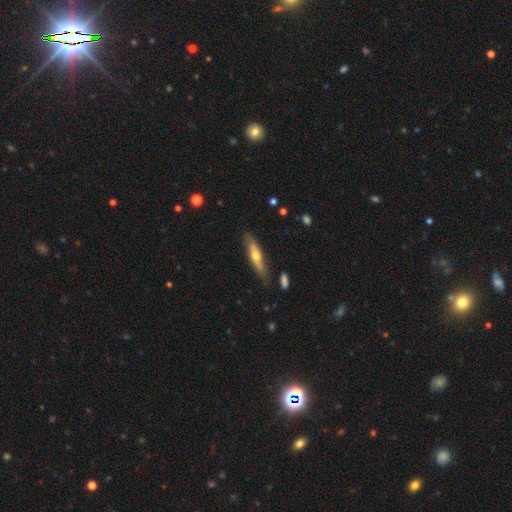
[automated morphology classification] Smooth or featured: featured or disk — 53% (smooth — 42%)
Edge-on disk: yes — 73% (no — 27%)
Merging: none — 79% (minor disturbance — 15%)